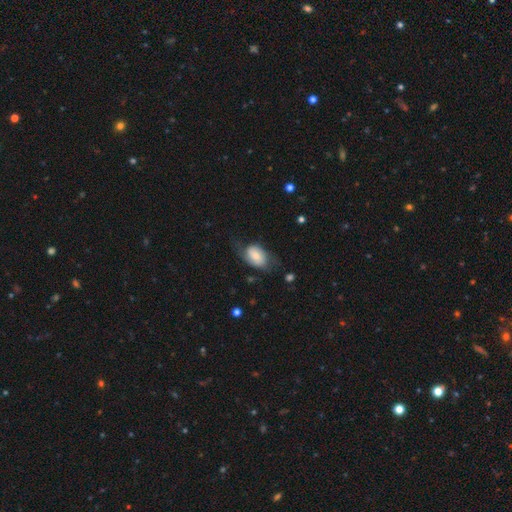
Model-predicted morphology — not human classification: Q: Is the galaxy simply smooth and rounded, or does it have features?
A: smooth — 55%.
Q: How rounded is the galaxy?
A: in between — 84%.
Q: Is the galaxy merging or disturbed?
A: none — 49%.